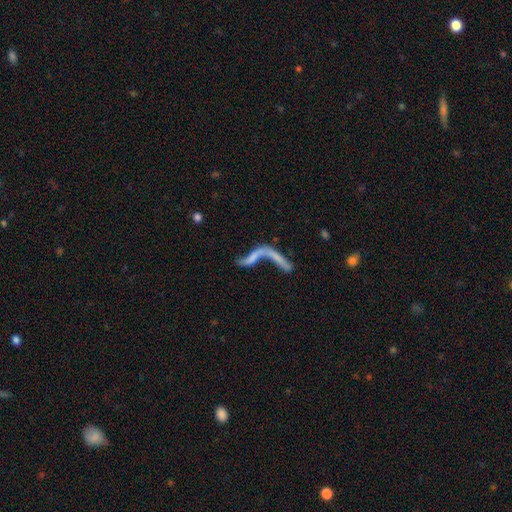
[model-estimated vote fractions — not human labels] Overall: featured or disk (55%; smooth 33%). Edge-on disk: no (77%). Merging: merger (49%; major disturbance 23%).